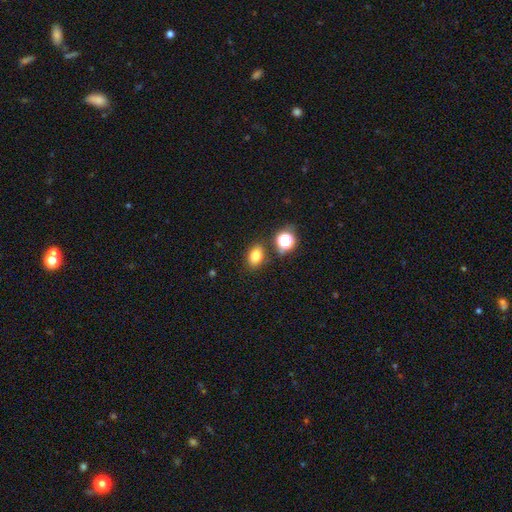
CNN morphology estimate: smooth 78%, star or artifact 14%, featured or disk 7%. Down the decision tree: how rounded — in between (76%); merging — none (79%).